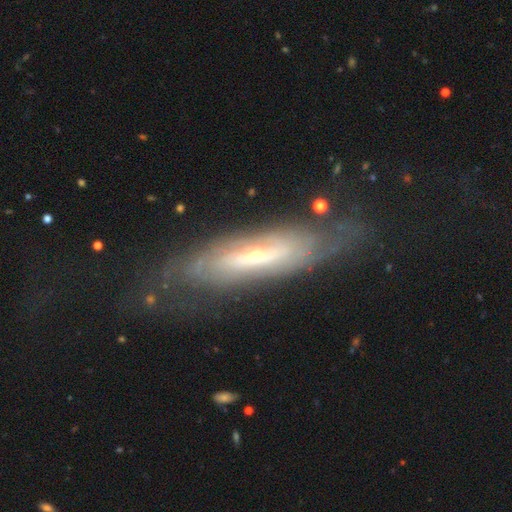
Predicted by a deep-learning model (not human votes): This appears to be a featured or disk galaxy (79%) with no bar (49%), spiral arms (78%) and a small central bulge (65%). Merging: none (71%).